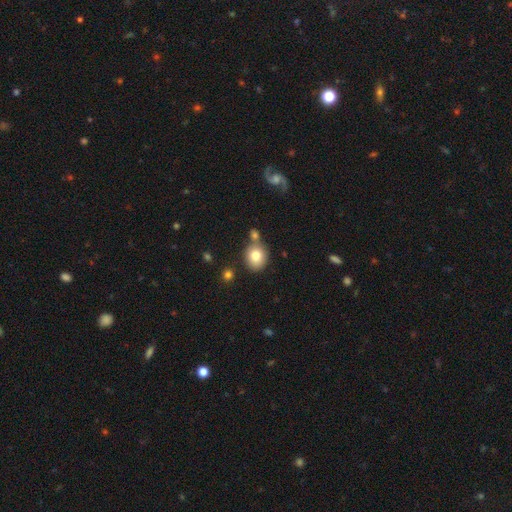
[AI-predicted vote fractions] smooth 79%, featured or disk 11%, star or artifact 10%. Down the decision tree: how rounded — round (72%); merging — none (64%).